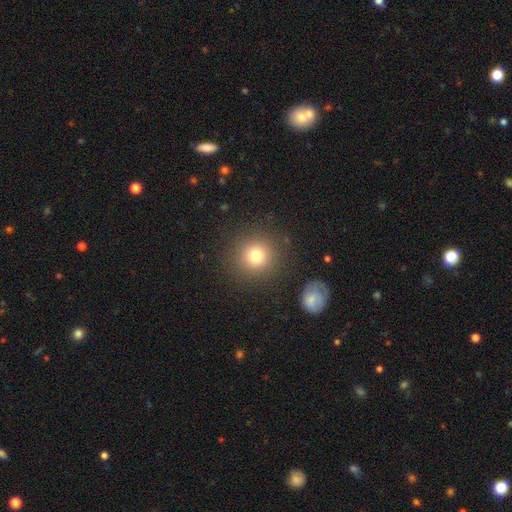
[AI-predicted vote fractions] This is likely a smooth galaxy (77%). How rounded: clearly round (93%). Merging: clearly none (88%).